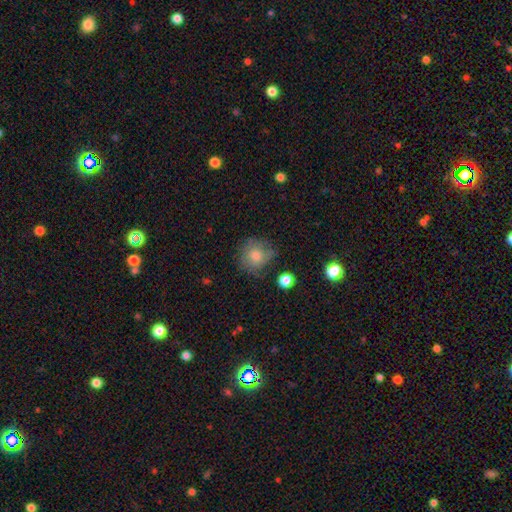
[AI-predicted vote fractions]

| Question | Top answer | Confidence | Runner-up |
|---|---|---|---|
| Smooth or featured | smooth | 65% | featured or disk (24%) |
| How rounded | round | 85% | in between (14%) |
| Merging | none | 67% | minor disturbance (22%) |